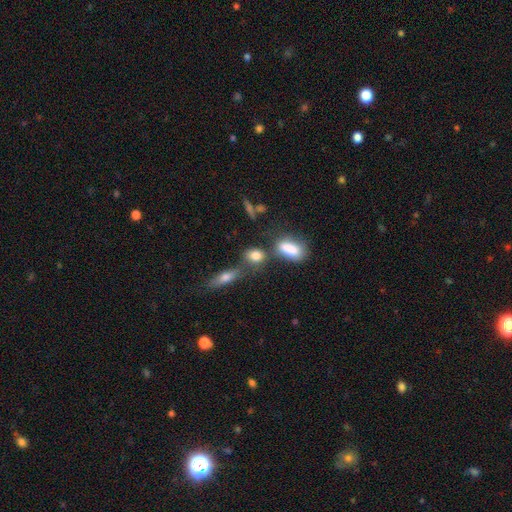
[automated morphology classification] The model was most divided on "how rounded": in between: 59%, round: 35%, cigar-shaped: 5%. More confident: smooth or featured — smooth (81%); merging — none (53%).